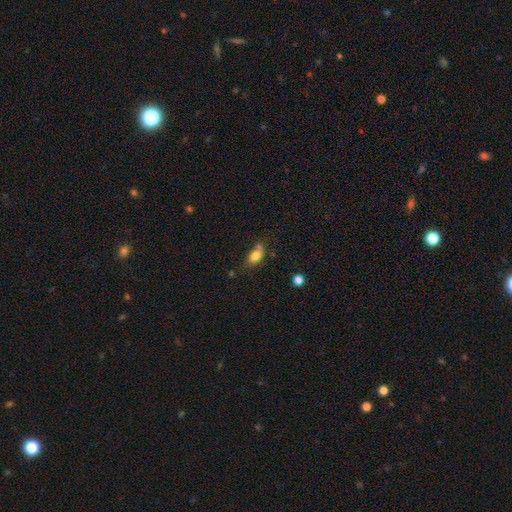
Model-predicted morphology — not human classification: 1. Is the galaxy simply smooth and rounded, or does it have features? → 79% smooth, 11% featured or disk, 10% star or artifact.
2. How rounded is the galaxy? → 76% in between, 21% round, 3% cigar-shaped.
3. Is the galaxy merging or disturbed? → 48% none, 23% merger, 22% minor disturbance, 7% major disturbance.